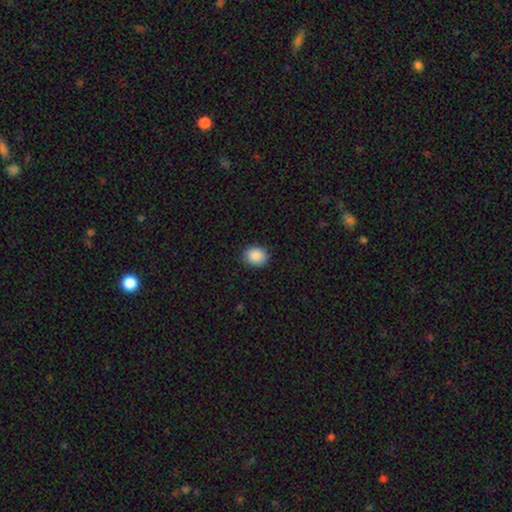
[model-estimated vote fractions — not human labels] This appears to be a smooth galaxy with no disk features (89%) that is round (62%). Merging: none (89%).